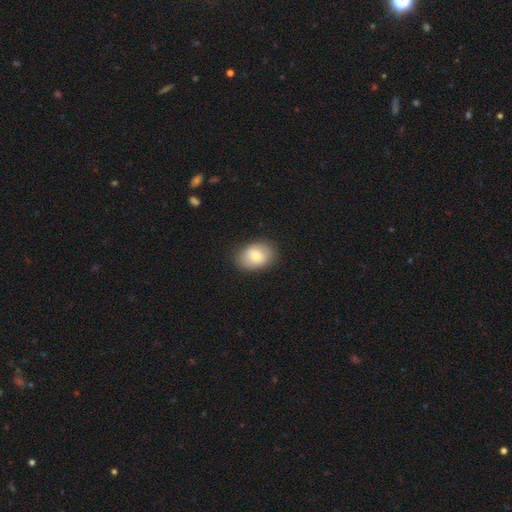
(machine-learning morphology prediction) smooth_or_featured: smooth (p=0.77) [alt: featured or disk p=0.15]
how_rounded: in between (p=0.74) [alt: round p=0.25]
merging: none (p=0.84) [alt: minor disturbance p=0.12]